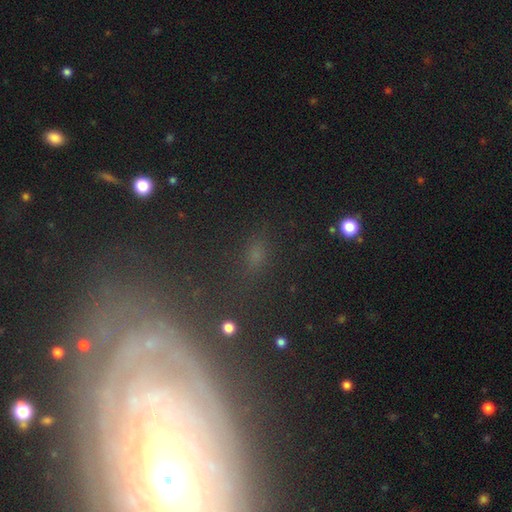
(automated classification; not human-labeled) Morphology: type=star or artifact (35%).